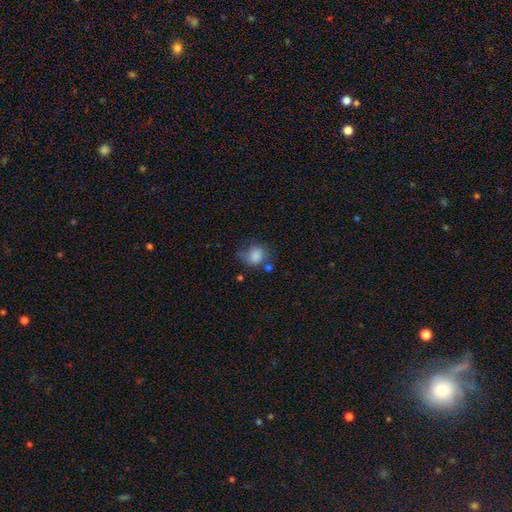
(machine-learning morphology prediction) smooth_or_featured: smooth (p=0.79) [alt: featured or disk p=0.11]
how_rounded: round (p=0.63) [alt: in between p=0.36]
merging: none (p=0.42) [alt: minor disturbance p=0.30]